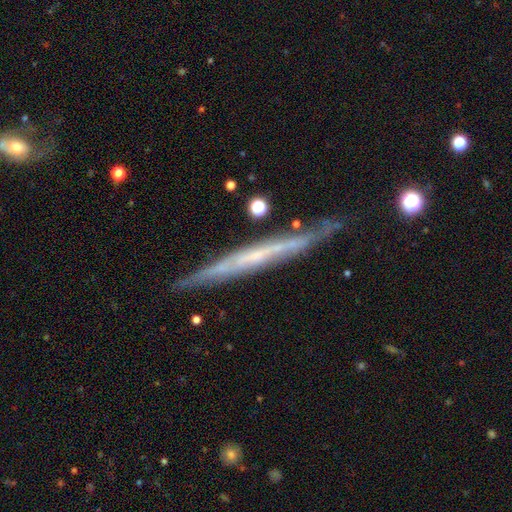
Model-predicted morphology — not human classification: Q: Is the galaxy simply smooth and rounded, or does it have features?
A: featured or disk — 71%.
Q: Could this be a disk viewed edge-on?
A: yes — 93%.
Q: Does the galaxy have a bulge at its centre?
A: none — 80%.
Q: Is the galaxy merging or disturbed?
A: none — 81%.